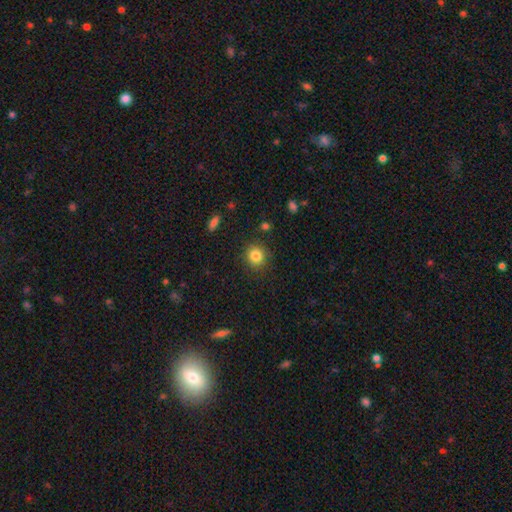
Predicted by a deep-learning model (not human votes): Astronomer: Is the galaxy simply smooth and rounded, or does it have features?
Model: smooth — 83%.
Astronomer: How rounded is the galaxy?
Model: round — 84%.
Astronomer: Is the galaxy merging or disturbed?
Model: none — 87%.